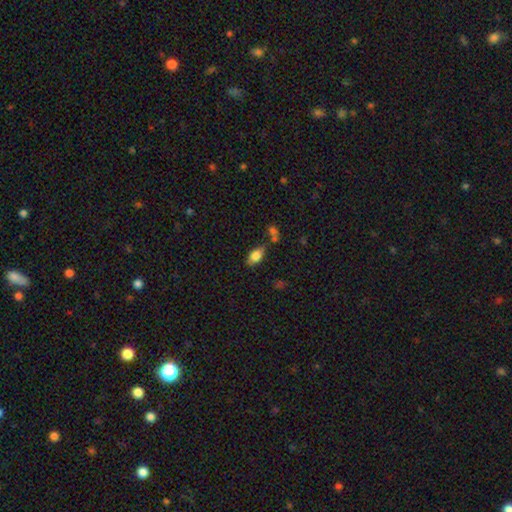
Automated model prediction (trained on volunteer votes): Smooth or featured?
  - smooth: 82% *
  - featured or disk: 10%
  - star or artifact: 8%
How rounded?
  - in between: 91% *
  - round: 5%
  - cigar-shaped: 5%
Merging?
  - none: 66% *
  - minor disturbance: 17%
  - merger: 12%
  - major disturbance: 5%